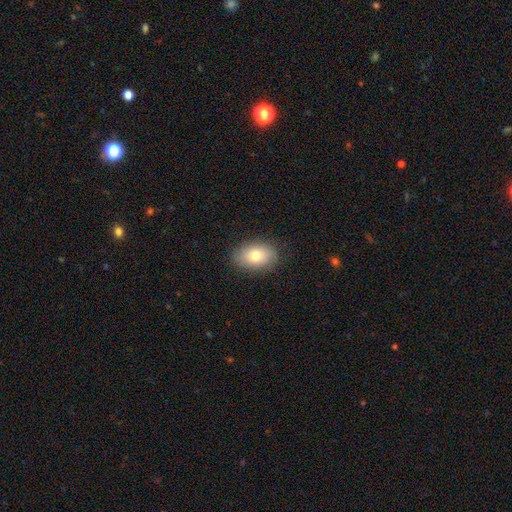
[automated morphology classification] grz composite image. It shows a smooth galaxy with no disk features (76%) that is in between round and cigar-shaped (84%). Merging: none (85%).